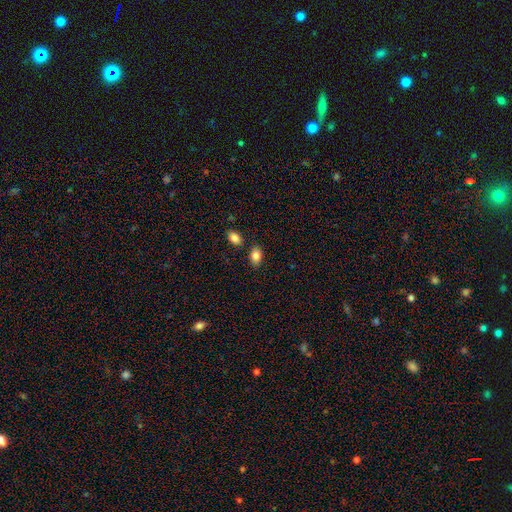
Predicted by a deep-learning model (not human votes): Smooth or featured?
  - smooth: 86% *
  - star or artifact: 8%
  - featured or disk: 6%
How rounded?
  - in between: 85% *
  - round: 13%
  - cigar-shaped: 1%
Merging?
  - none: 78% *
  - minor disturbance: 11%
  - merger: 8%
  - major disturbance: 3%